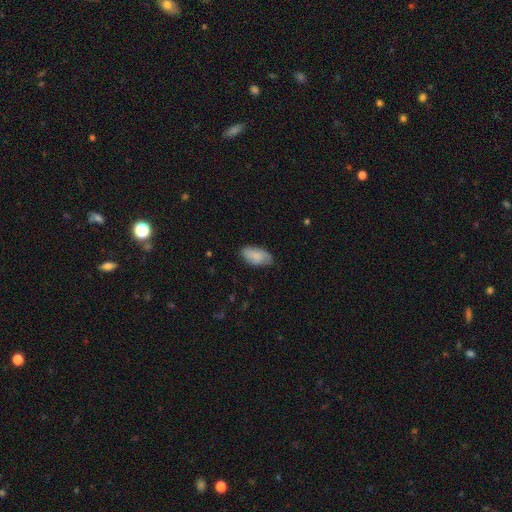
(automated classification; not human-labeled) Smooth or featured? smooth (81%)
How rounded? in between (94%)
Merging? none (72%)